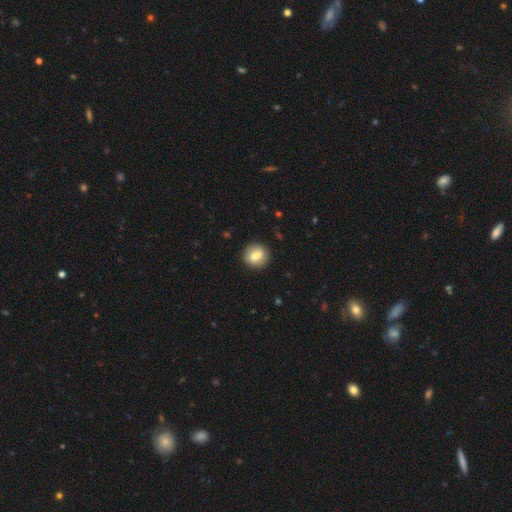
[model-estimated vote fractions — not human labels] Overall: smooth (70%). How rounded: round (74%). Merging: none (87%).